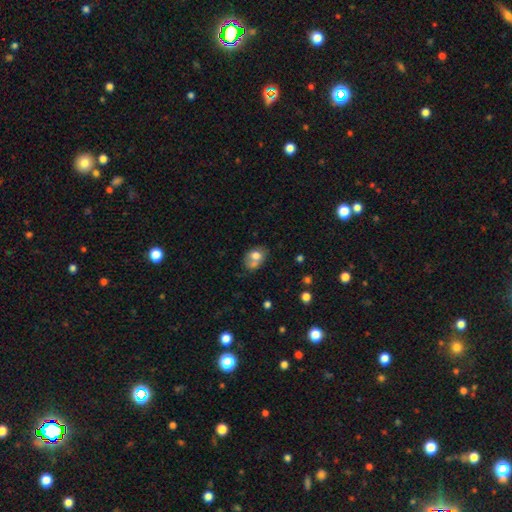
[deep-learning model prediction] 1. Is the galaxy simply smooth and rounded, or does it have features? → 67% smooth, 24% featured or disk, 10% star or artifact.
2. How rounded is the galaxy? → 63% in between, 36% round, 1% cigar-shaped.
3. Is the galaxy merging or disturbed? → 36% merger, 32% none, 20% minor disturbance, 12% major disturbance.